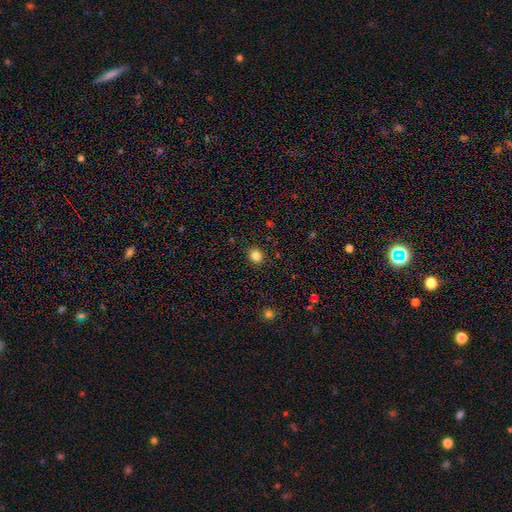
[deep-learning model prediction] Smooth or featured?
  - smooth: 84% *
  - star or artifact: 12%
  - featured or disk: 4%
How rounded?
  - round: 76% *
  - in between: 23%
  - cigar-shaped: 1%
Merging?
  - none: 90% *
  - minor disturbance: 7%
  - major disturbance: 2%
  - merger: 1%